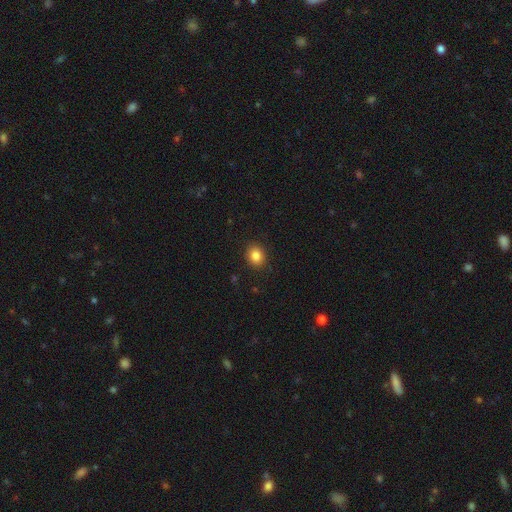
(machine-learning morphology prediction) This is clearly a smooth galaxy (85%). How rounded: likely round (65%). Merging: clearly none (90%).